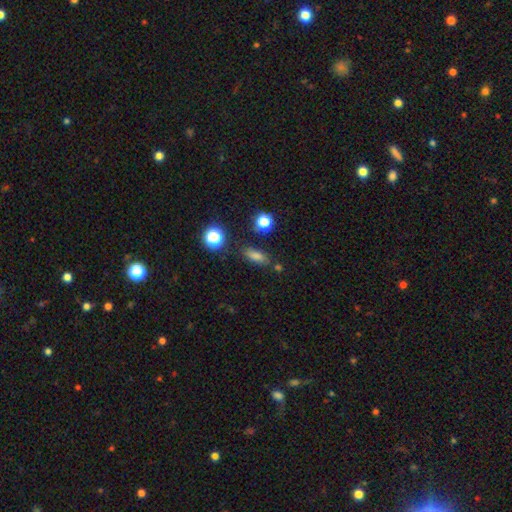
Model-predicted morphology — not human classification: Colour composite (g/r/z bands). It shows a smooth galaxy with no disk features (73%) that is in between round and cigar-shaped (65%). Merging: none (78%).